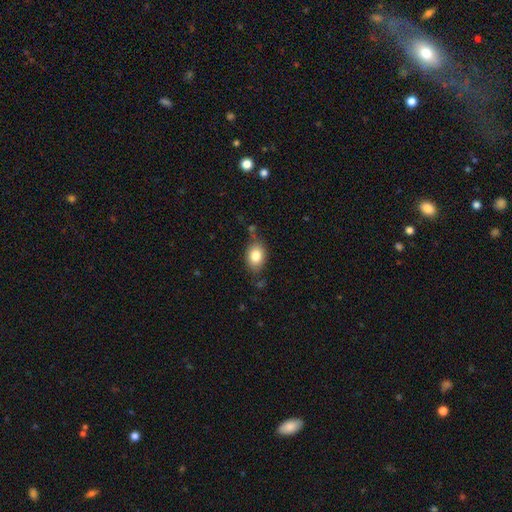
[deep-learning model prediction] A smooth galaxy with no disk features (82%) that is in between round and cigar-shaped (77%). Merging: none (71%).